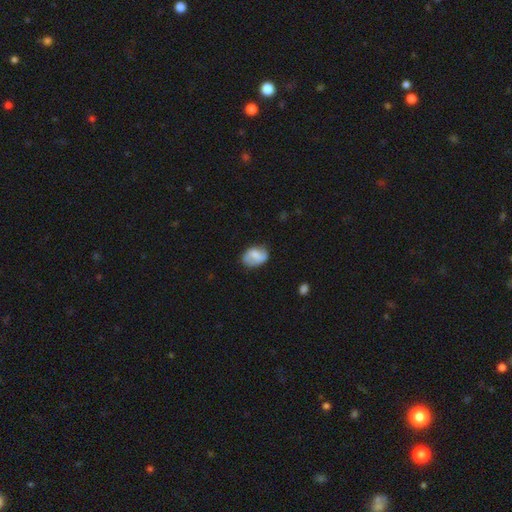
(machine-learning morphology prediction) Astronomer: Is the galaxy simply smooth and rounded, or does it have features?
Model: smooth — 50% (runner-up: featured or disk, 43%).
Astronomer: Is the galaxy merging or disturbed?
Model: none — 69%.